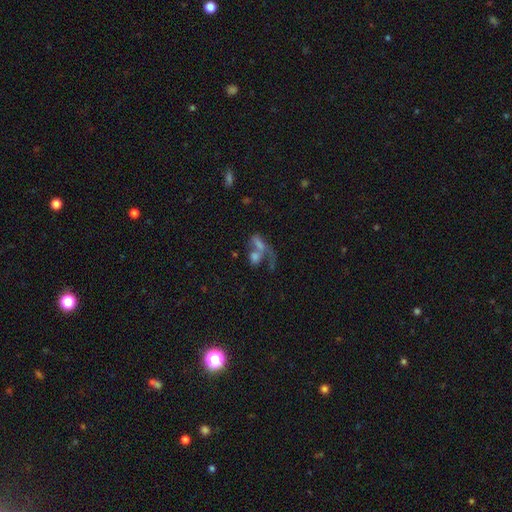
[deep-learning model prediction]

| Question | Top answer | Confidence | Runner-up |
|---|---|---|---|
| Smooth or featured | smooth | 45% | featured or disk (34%) |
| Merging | merger | 57% | none (19%) |